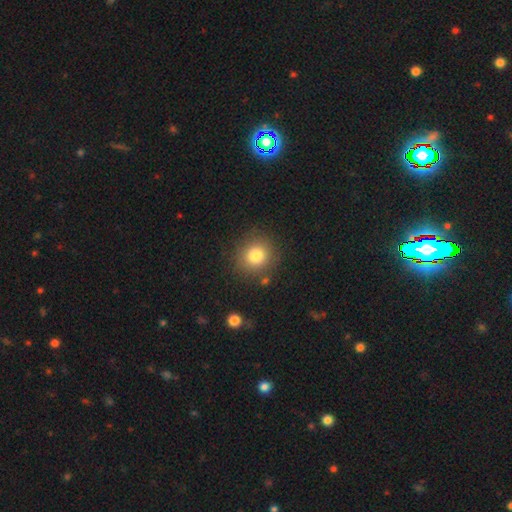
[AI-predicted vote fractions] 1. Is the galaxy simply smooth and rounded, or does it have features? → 81% smooth, 12% star or artifact, 8% featured or disk.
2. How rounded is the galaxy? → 89% round, 10% in between, 1% cigar-shaped.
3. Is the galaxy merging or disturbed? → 85% none, 9% minor disturbance, 3% major disturbance, 3% merger.